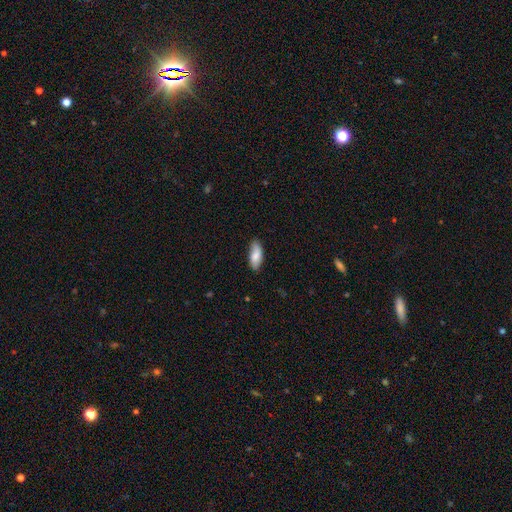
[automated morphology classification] A smooth galaxy with no disk features (79%) that is in between round and cigar-shaped (83%). Merging: none (80%).